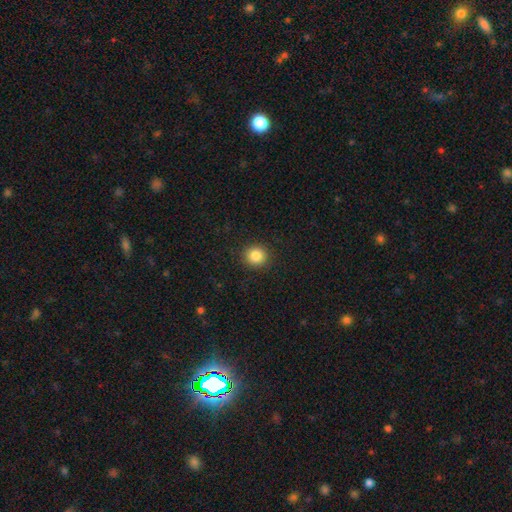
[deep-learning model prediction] Smooth or featured?
  - smooth: 86% *
  - star or artifact: 10%
  - featured or disk: 4%
How rounded?
  - round: 91% *
  - in between: 8%
  - cigar-shaped: 1%
Merging?
  - none: 91% *
  - minor disturbance: 6%
  - major disturbance: 2%
  - merger: 1%